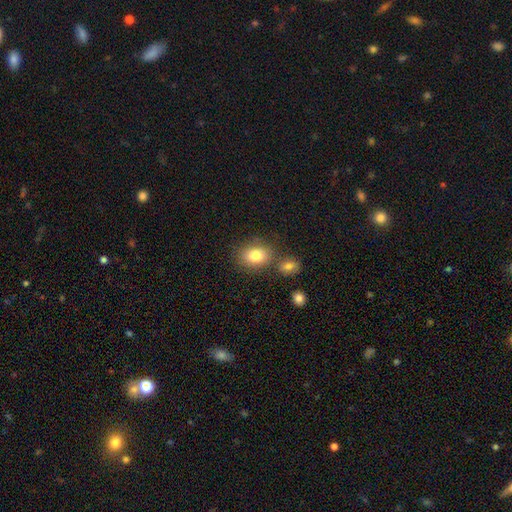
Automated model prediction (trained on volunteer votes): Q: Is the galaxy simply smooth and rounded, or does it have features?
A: smooth — 83%.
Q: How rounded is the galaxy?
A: in between — 69%.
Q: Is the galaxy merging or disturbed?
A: none — 70%.